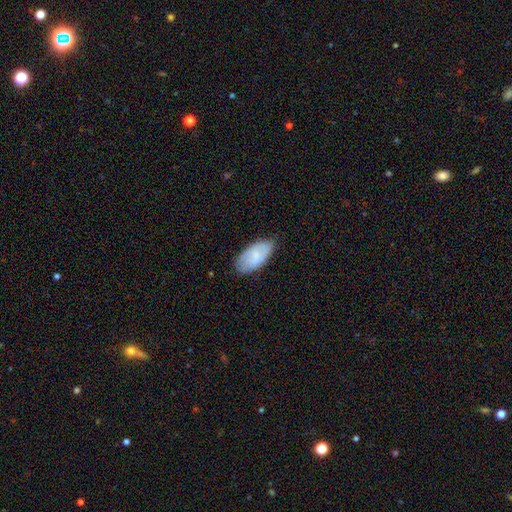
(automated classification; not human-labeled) smooth_or_featured: smooth (p=0.67) [alt: featured or disk p=0.27]
how_rounded: in between (p=0.94) [alt: cigar-shaped p=0.04]
merging: none (p=0.79) [alt: minor disturbance p=0.17]